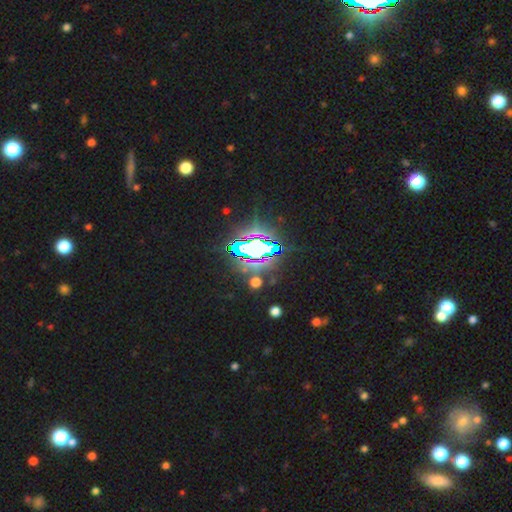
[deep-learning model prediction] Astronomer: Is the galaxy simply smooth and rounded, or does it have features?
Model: star or artifact — 83%.